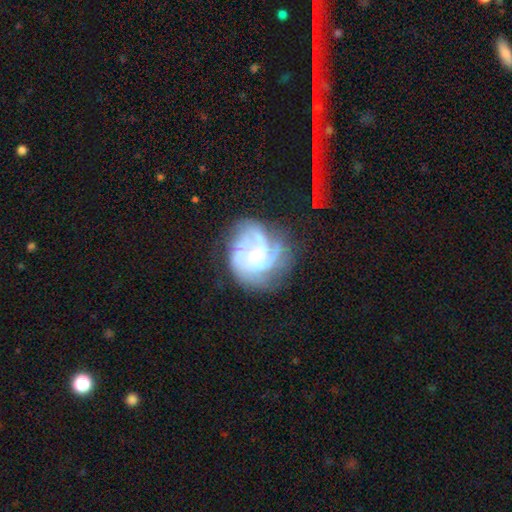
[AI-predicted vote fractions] Q: Smooth or featured?
A: featured or disk (82%); runner-up: smooth (11%)
Q: Edge-on disk?
A: no (98%); runner-up: yes (2%)
Q: Bar?
A: no (69%); runner-up: weak (26%)
Q: Spiral arms?
A: yes (93%); runner-up: no (7%)
Q: Spiral winding?
A: tight (47%); runner-up: medium (40%)
Q: Spiral arm count?
A: 3 (39%); runner-up: can't tell (22%)
Q: Bulge size?
A: moderate (50%); runner-up: small (42%)
Q: Merging?
A: none (58%); runner-up: minor disturbance (22%)